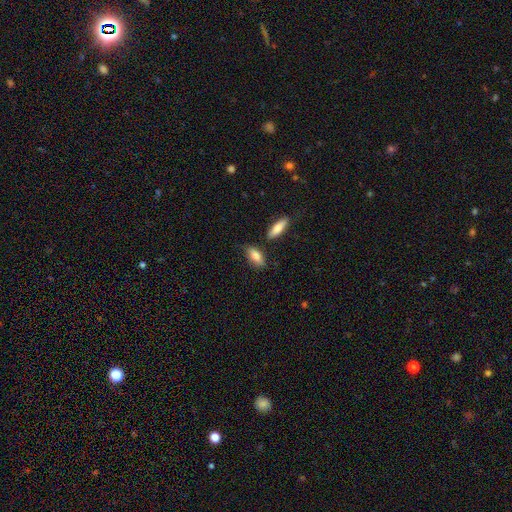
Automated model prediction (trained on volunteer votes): This is clearly a smooth galaxy (83%). How rounded: clearly in between (85%). Merging: likely none (69%).